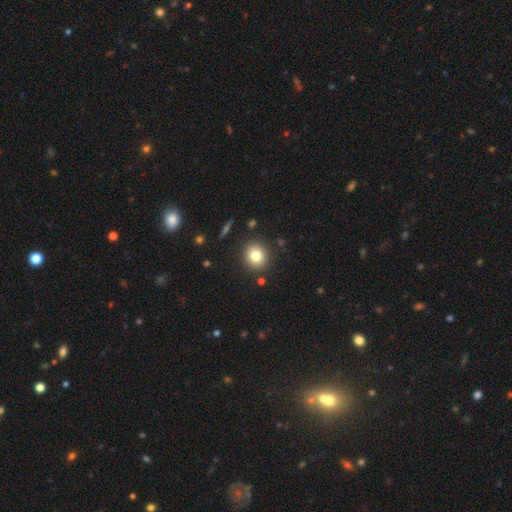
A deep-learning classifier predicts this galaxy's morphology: Smooth or featured? Predicted: smooth (p=0.80). How rounded? Predicted: round (p=0.85). Merging? Predicted: none (p=0.89).